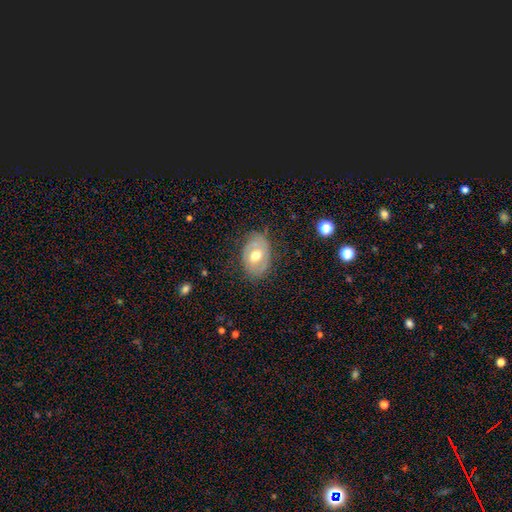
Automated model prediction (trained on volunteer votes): featured or disk 61%, smooth 32%, star or artifact 7%. Down the decision tree: edge-on disk — no (94%); bar — no (57%); spiral arms — yes (59%); bulge size — moderate (77%); merging — none (73%).